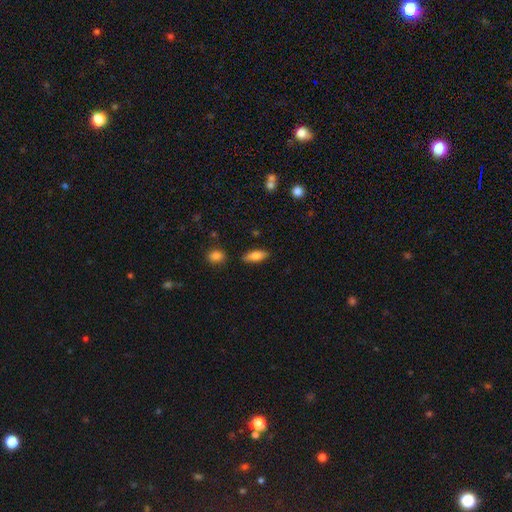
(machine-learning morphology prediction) smooth-or-featured: smooth: 75% | featured or disk: 18% | star or artifact: 7%
  how-rounded: in between: 68% | cigar-shaped: 29% | round: 3%
  merging: none: 85% | minor disturbance: 10% | merger: 3% | major disturbance: 2%